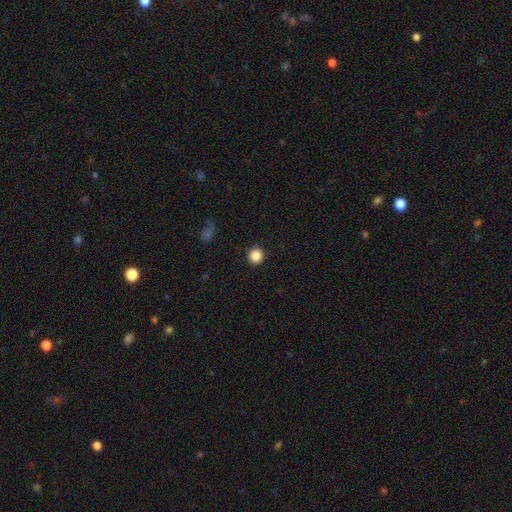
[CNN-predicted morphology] This appears to be a smooth galaxy with no disk features (86%) that is round (94%). Merging: none (92%).